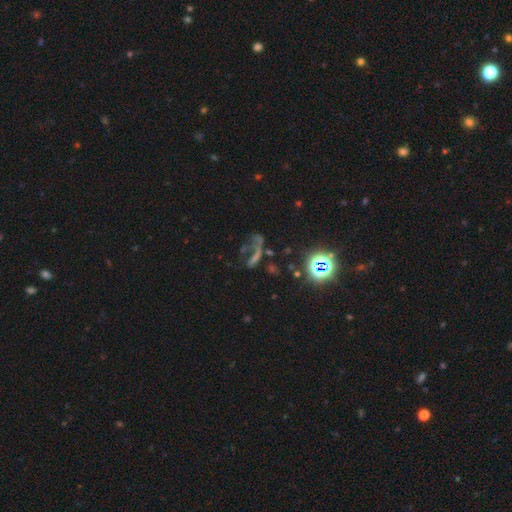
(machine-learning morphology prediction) smooth_or_featured: star or artifact (p=0.49) [alt: featured or disk p=0.31]